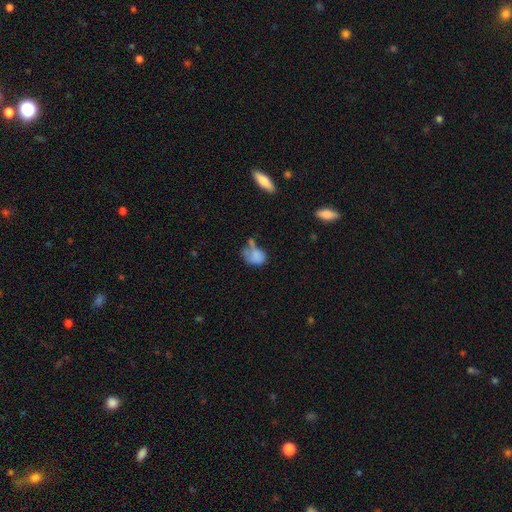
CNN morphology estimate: type=smooth (74%); roundness=in between (68%); merging=none (28%).